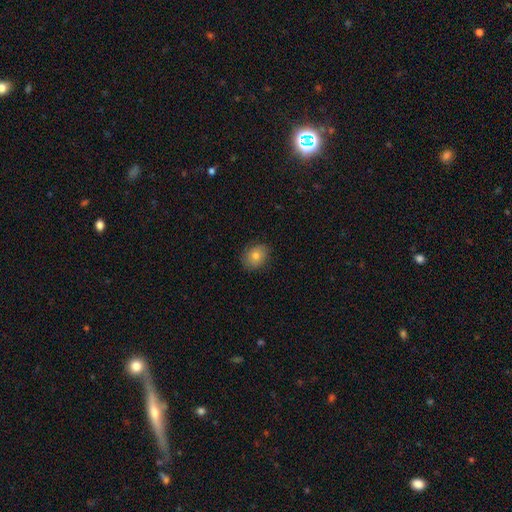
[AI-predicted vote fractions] smooth_or_featured: smooth (p=0.75) [alt: featured or disk p=0.15]
how_rounded: round (p=0.51) [alt: in between p=0.48]
merging: none (p=0.84) [alt: minor disturbance p=0.12]